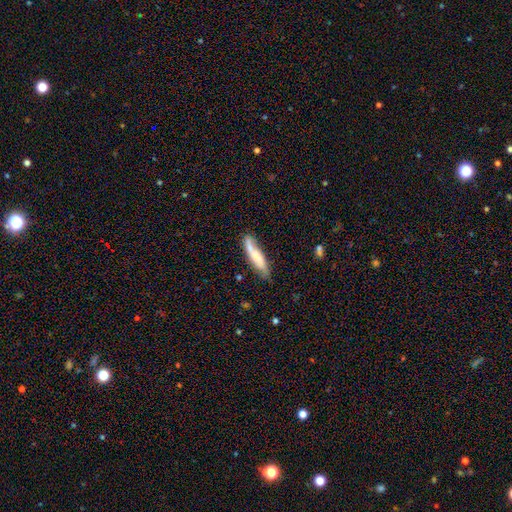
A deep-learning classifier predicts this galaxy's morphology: This appears to be a smooth galaxy with no disk features (54%) that is cigar-shaped (71%). Merging: none (59%).